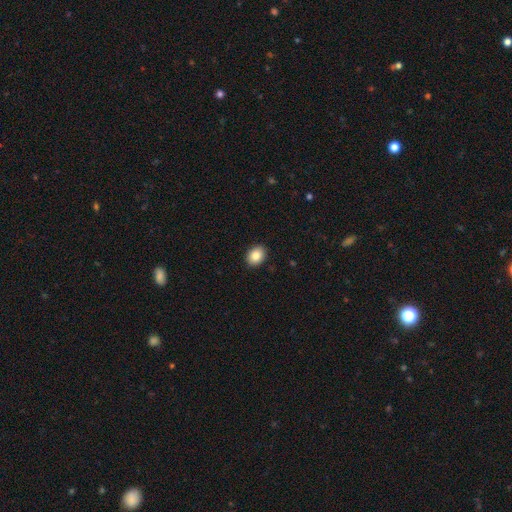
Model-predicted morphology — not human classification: type=smooth (85%); roundness=in between (65%); merging=none (91%).